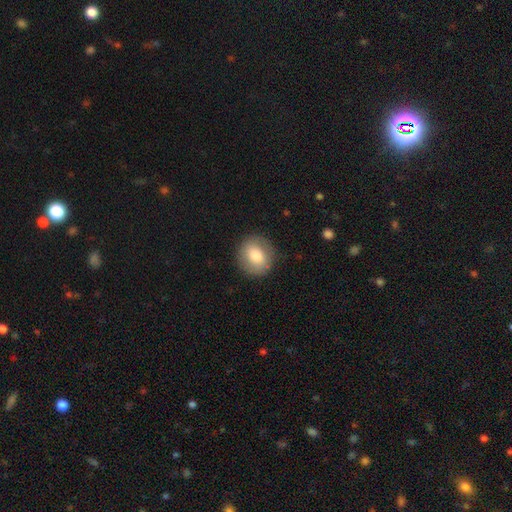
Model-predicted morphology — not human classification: Q: Smooth or featured?
A: smooth (76%); runner-up: featured or disk (16%)
Q: How rounded?
A: round (82%); runner-up: in between (17%)
Q: Merging?
A: none (87%); runner-up: minor disturbance (9%)